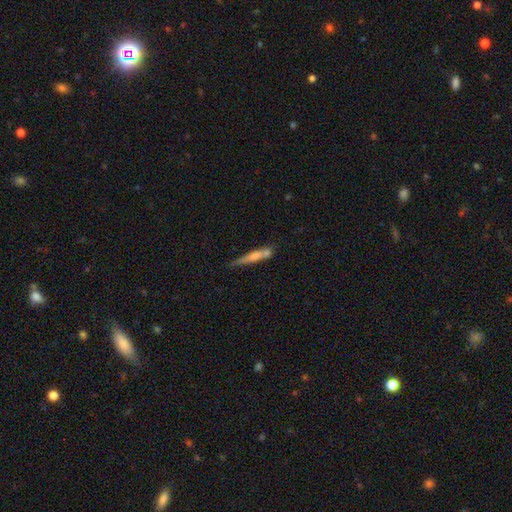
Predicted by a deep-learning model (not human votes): Smooth or featured: smooth — 60% (featured or disk — 33%)
How rounded: cigar-shaped — 90% (in between — 8%)
Merging: none — 51% (minor disturbance — 22%)